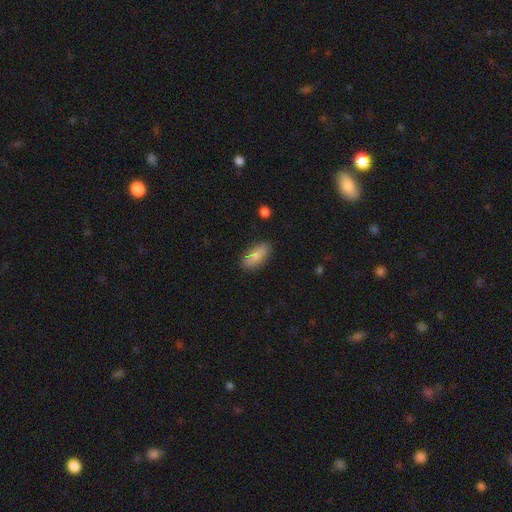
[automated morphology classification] Q: Smooth or featured?
A: smooth (79%); runner-up: featured or disk (15%)
Q: How rounded?
A: in between (82%); runner-up: cigar-shaped (15%)
Q: Merging?
A: none (81%); runner-up: minor disturbance (13%)